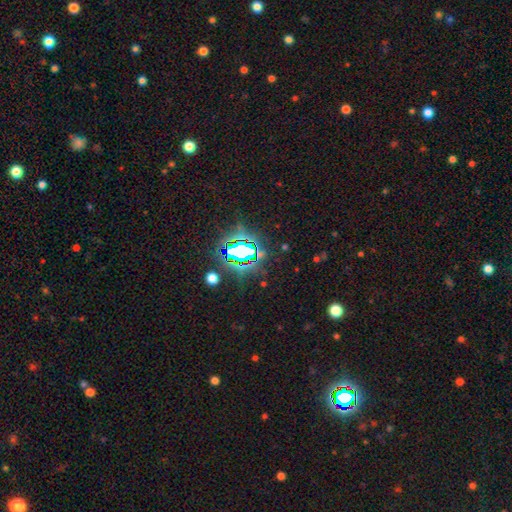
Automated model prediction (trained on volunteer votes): Smooth or featured?
  - star or artifact: 78% *
  - smooth: 13%
  - featured or disk: 9%